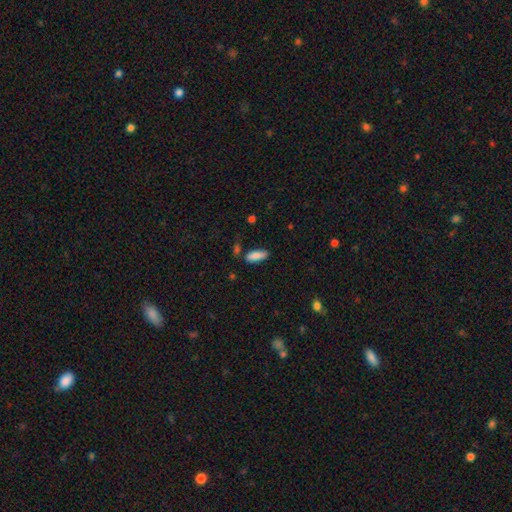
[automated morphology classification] smooth_or_featured: smooth (p=0.87) [alt: featured or disk p=0.07]
how_rounded: in between (p=0.70) [alt: cigar-shaped p=0.29]
merging: none (p=0.79) [alt: minor disturbance p=0.14]